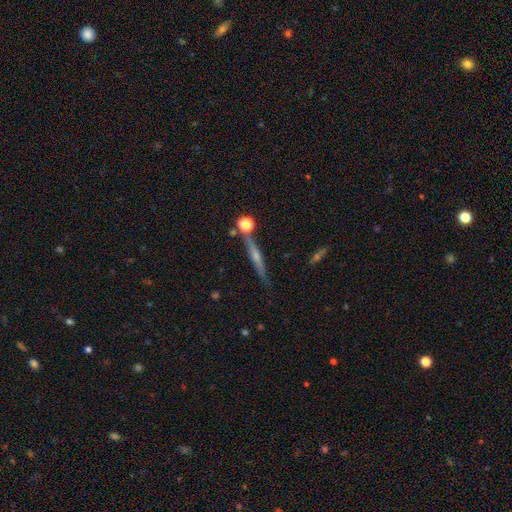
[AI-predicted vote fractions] Q: Smooth or featured?
A: featured or disk (60%); runner-up: smooth (30%)
Q: Edge-on disk?
A: yes (95%); runner-up: no (5%)
Q: Edge-on bulge?
A: rounded (67%); runner-up: none (26%)
Q: Merging?
A: none (80%); runner-up: minor disturbance (11%)